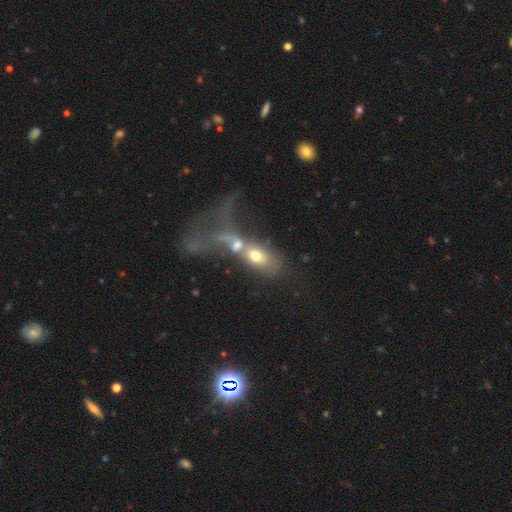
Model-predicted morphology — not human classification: A smooth galaxy with no disk features (57%) that is in between round and cigar-shaped (77%). Merging: merger (68%).